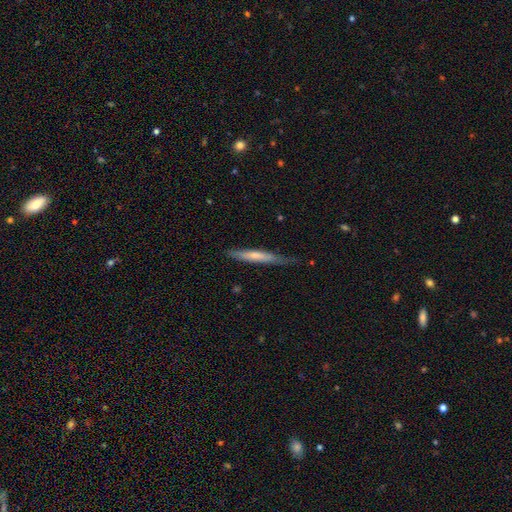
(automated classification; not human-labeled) smooth_or_featured: smooth (p=0.53) [alt: featured or disk p=0.41]
how_rounded: cigar-shaped (p=0.95) [alt: in between p=0.04]
merging: none (p=0.69) [alt: minor disturbance p=0.25]